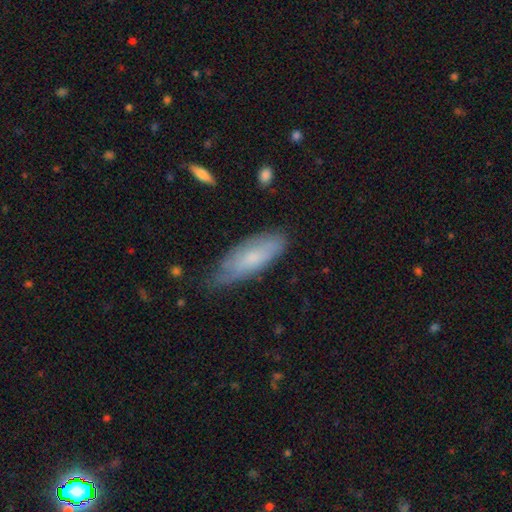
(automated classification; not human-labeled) smooth 65%, featured or disk 29%, star or artifact 7%. Down the decision tree: how rounded — in between (66%); merging — none (59%).